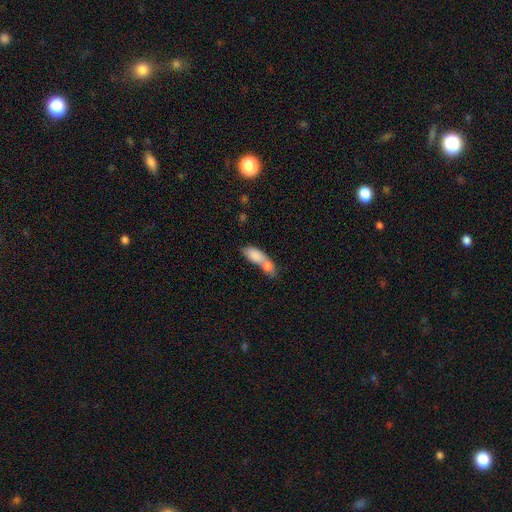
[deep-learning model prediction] Smooth or featured?
  - smooth: 80% *
  - featured or disk: 13%
  - star or artifact: 7%
How rounded?
  - in between: 78% *
  - cigar-shaped: 16%
  - round: 6%
Merging?
  - merger: 64% *
  - none: 22%
  - minor disturbance: 9%
  - major disturbance: 5%